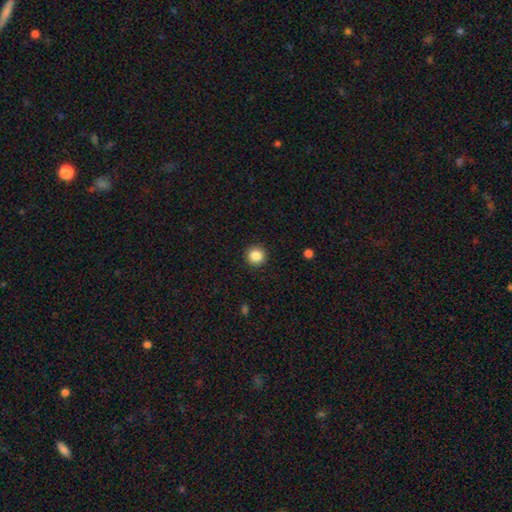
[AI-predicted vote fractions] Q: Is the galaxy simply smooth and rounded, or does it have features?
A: smooth — 86%.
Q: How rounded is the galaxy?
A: round — 94%.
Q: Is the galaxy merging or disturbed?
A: none — 92%.